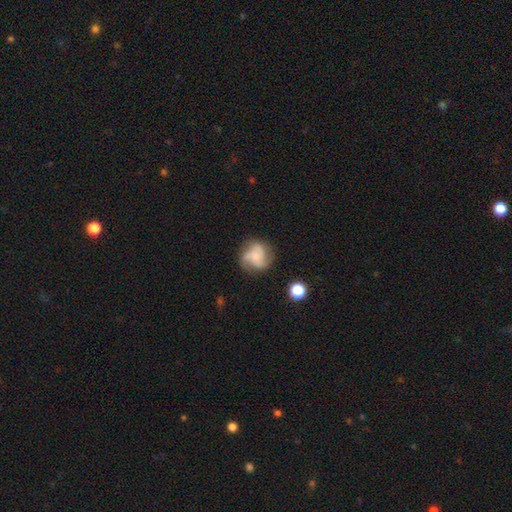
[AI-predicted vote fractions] Q: Smooth or featured?
A: featured or disk (56%); runner-up: smooth (34%)
Q: Edge-on disk?
A: no (98%); runner-up: yes (2%)
Q: Bar?
A: no (75%); runner-up: weak (21%)
Q: Spiral arms?
A: yes (88%); runner-up: no (12%)
Q: Bulge size?
A: small (48%); runner-up: none (28%)
Q: Merging?
A: none (64%); runner-up: minor disturbance (21%)